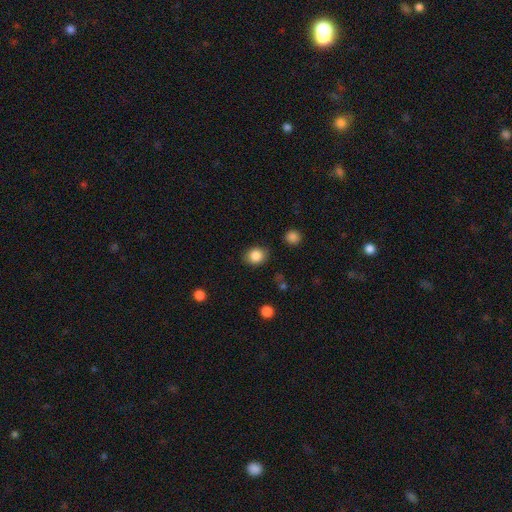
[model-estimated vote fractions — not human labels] A smooth galaxy with no disk features (86%) that is round (58%). Merging: none (84%).